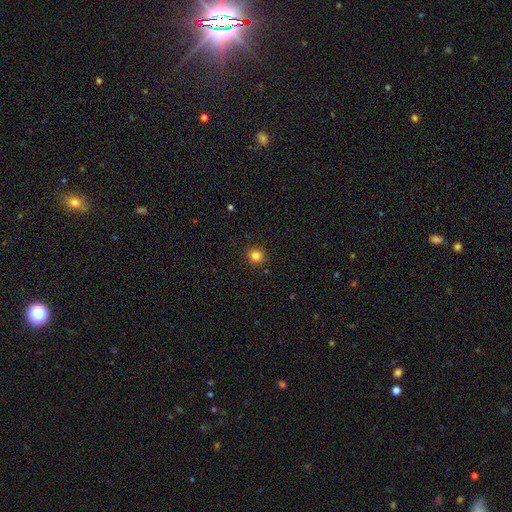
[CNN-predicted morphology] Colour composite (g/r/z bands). It shows a smooth galaxy with no disk features (83%) that is round (92%). Merging: none (91%).